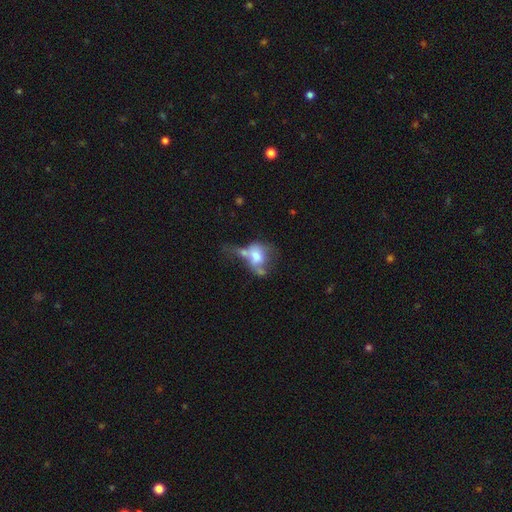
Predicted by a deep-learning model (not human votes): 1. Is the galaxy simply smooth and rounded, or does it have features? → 51% smooth, 39% featured or disk, 10% star or artifact.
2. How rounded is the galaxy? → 62% in between, 35% round, 2% cigar-shaped.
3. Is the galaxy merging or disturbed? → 41% merger, 31% major disturbance, 15% none, 13% minor disturbance.